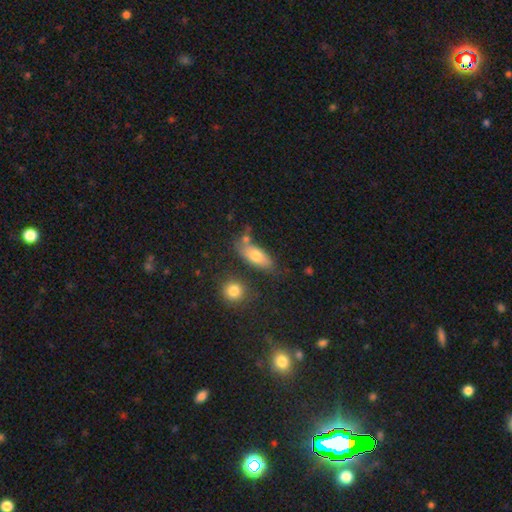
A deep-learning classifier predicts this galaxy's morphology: This is likely a smooth galaxy (72%). How rounded: likely in between (78%). Merging: likely none (65%).